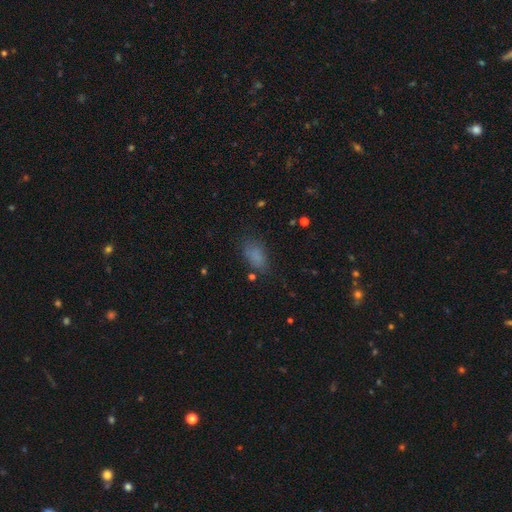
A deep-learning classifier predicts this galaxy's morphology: A smooth galaxy with no disk features (78%) that is in between round and cigar-shaped (88%). Merging: none (69%).